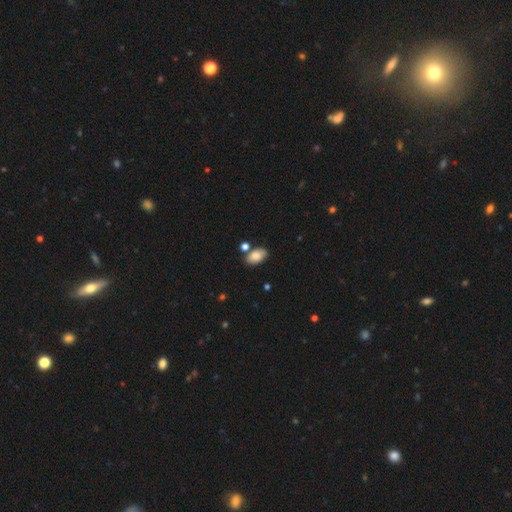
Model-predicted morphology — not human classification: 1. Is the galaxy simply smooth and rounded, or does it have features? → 84% smooth, 8% featured or disk, 8% star or artifact.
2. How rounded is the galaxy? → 93% in between, 6% round, 2% cigar-shaped.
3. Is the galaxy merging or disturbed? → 70% none, 14% minor disturbance, 13% merger, 4% major disturbance.